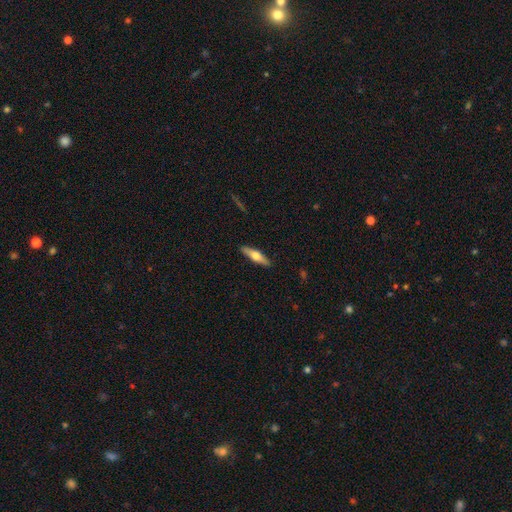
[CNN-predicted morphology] type=smooth (47%, tied with featured or disk); merging=none (90%).